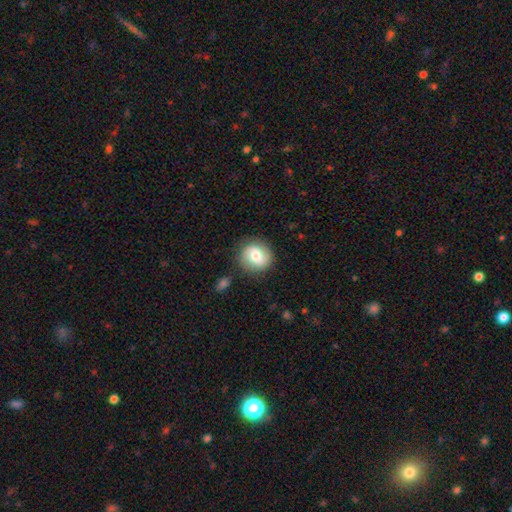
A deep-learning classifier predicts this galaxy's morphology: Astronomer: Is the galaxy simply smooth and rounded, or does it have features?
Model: smooth — 64%.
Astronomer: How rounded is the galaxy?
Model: round — 85%.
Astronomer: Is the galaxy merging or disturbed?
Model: none — 84%.